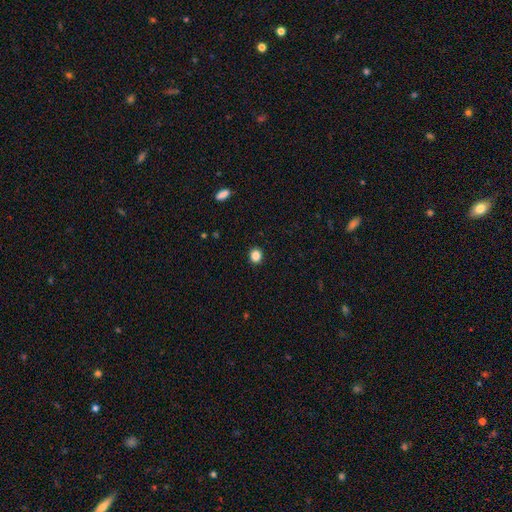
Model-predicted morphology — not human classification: This appears to be a smooth galaxy with no disk features (86%) that is round (82%). Merging: none (92%).